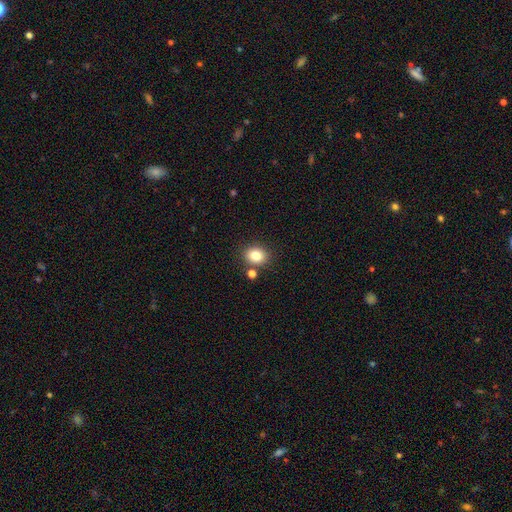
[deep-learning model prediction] Smooth or featured?
  - smooth: 82% *
  - star or artifact: 11%
  - featured or disk: 7%
How rounded?
  - round: 64% *
  - in between: 35%
  - cigar-shaped: 1%
Merging?
  - none: 79% *
  - merger: 10%
  - minor disturbance: 9%
  - major disturbance: 3%